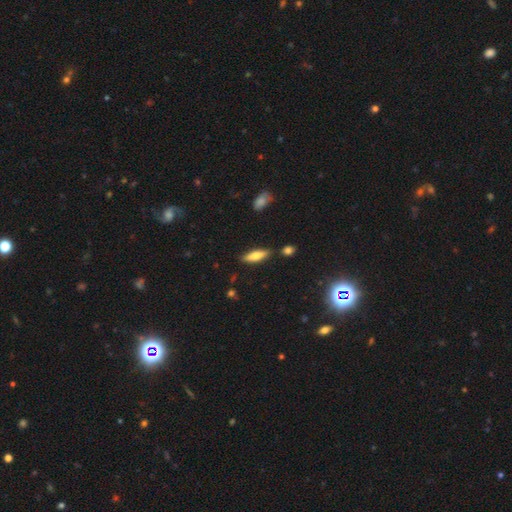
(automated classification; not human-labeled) Q: Smooth or featured?
A: smooth (69%); runner-up: featured or disk (24%)
Q: How rounded?
A: cigar-shaped (54%); runner-up: in between (44%)
Q: Merging?
A: none (81%); runner-up: minor disturbance (12%)